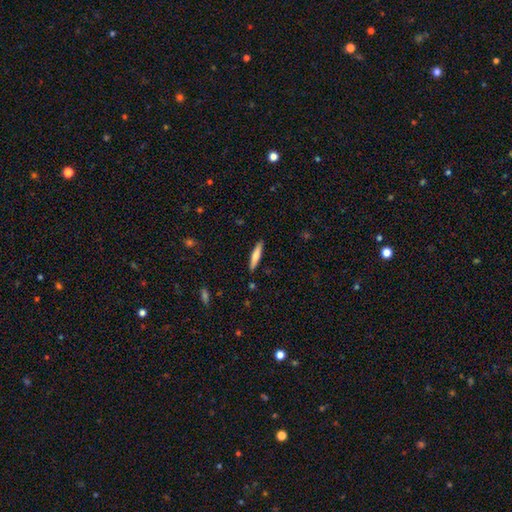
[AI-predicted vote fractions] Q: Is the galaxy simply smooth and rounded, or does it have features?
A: smooth — 69%.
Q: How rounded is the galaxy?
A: cigar-shaped — 89%.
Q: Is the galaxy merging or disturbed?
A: none — 89%.